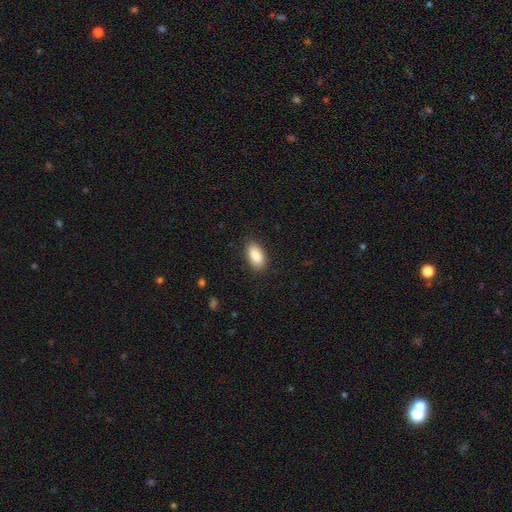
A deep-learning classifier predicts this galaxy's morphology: Smooth or featured? Predicted: smooth (p=0.89). How rounded? Predicted: in between (p=0.93). Merging? Predicted: none (p=0.87).